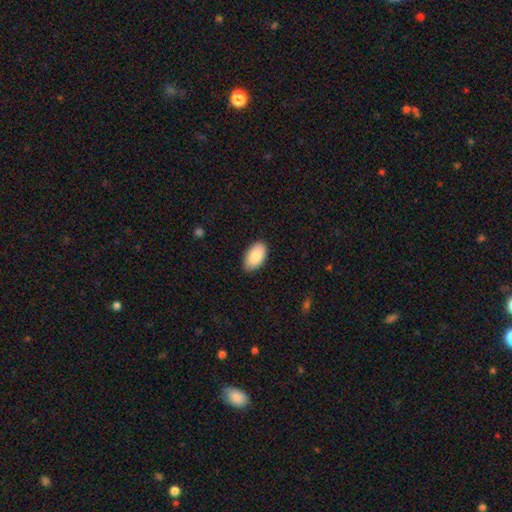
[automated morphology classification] This appears to be a smooth galaxy with no disk features (87%) that is in between round and cigar-shaped (95%). Merging: none (82%).